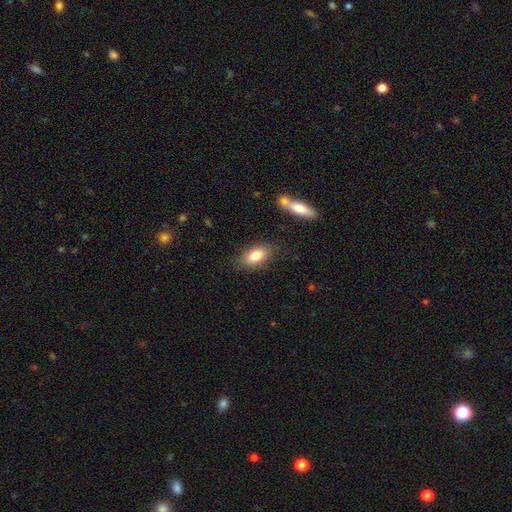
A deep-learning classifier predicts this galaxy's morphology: Smooth or featured? Predicted: smooth (p=0.83). How rounded? Predicted: in between (p=0.88). Merging? Predicted: none (p=0.81).